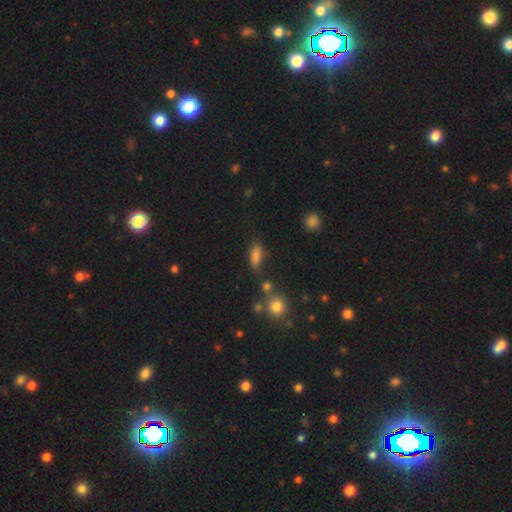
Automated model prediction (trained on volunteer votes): Smooth or featured? Predicted: smooth (p=0.79). How rounded? Predicted: in between (p=0.70). Merging? Predicted: none (p=0.68).